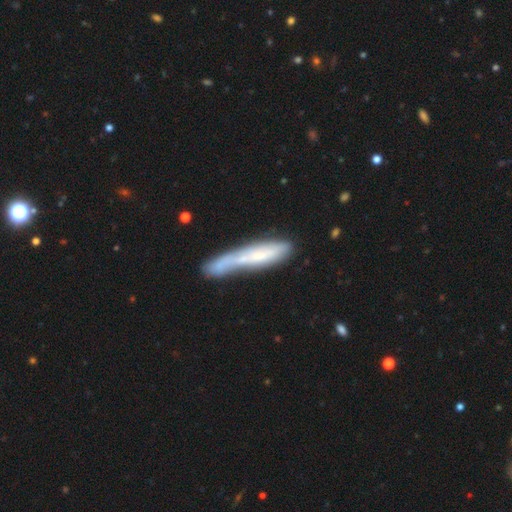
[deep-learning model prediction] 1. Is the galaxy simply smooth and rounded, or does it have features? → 50% smooth, 42% featured or disk, 7% star or artifact.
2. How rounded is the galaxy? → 87% cigar-shaped, 11% in between, 2% round.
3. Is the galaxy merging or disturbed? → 47% none, 23% minor disturbance, 19% merger, 11% major disturbance.